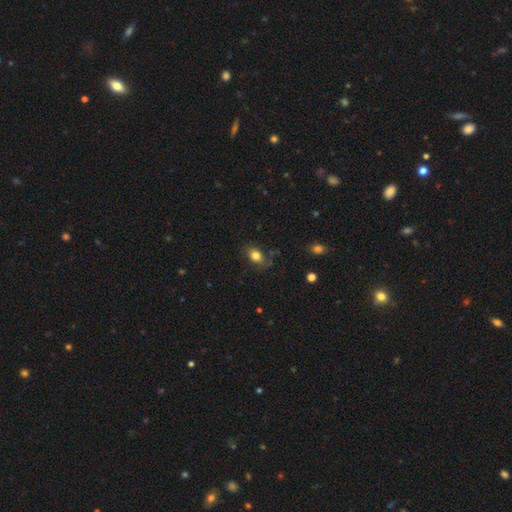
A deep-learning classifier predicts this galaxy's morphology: This appears to be a smooth galaxy with no disk features (80%) that is in between round and cigar-shaped (81%). Merging: none (71%).